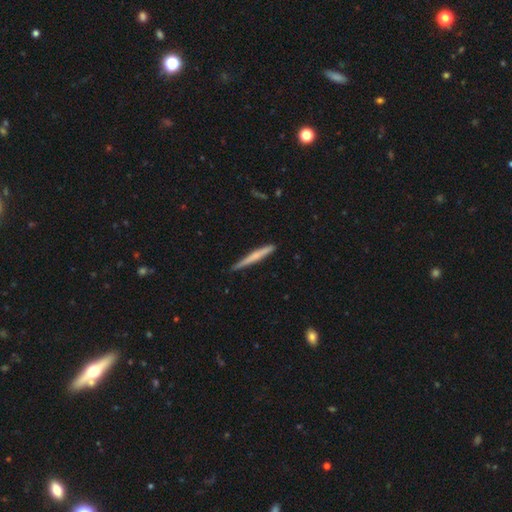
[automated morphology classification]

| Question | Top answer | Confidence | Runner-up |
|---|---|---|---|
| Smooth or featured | smooth | 49% | featured or disk (45%) |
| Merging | none | 86% | minor disturbance (11%) |